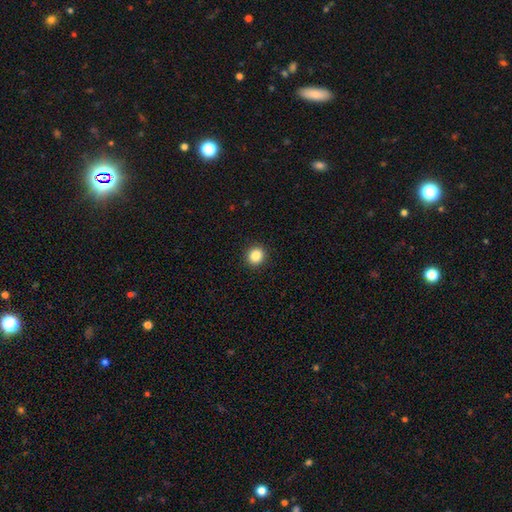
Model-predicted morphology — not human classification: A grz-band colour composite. It shows a smooth galaxy with no disk features (85%) that is round (88%). Merging: none (92%).